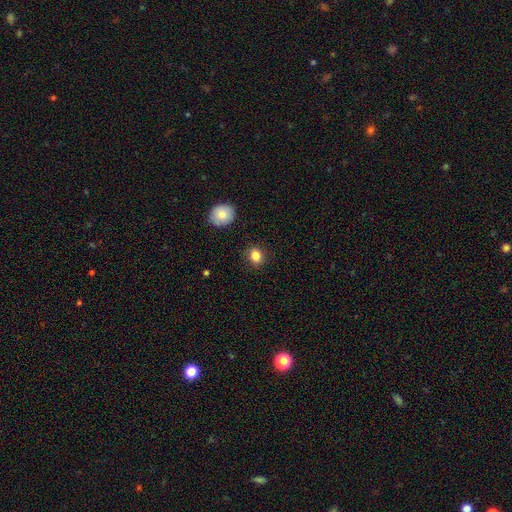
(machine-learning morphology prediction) Overall: smooth (84%). How rounded: round (68%; in between 31%). Merging: none (87%).